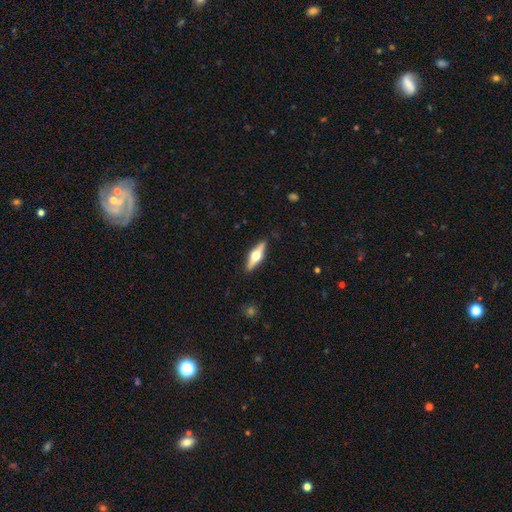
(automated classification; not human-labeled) featured or disk 66%, smooth 29%, star or artifact 5%. Down the decision tree: edge-on disk — yes (96%); edge-on bulge — rounded (96%); merging — none (89%).